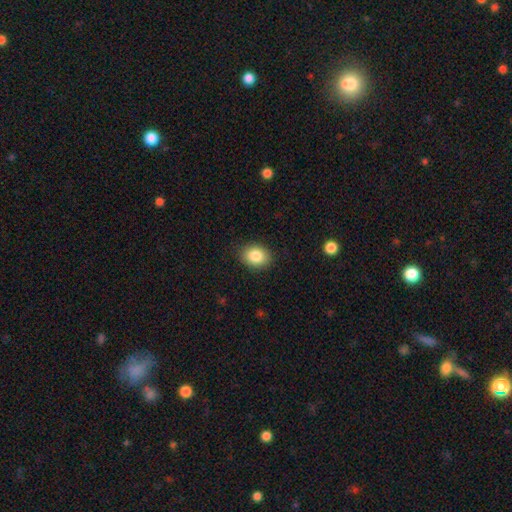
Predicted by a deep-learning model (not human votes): This appears to be a smooth galaxy with no disk features (85%) that is in between round and cigar-shaped (63%). Merging: none (87%).